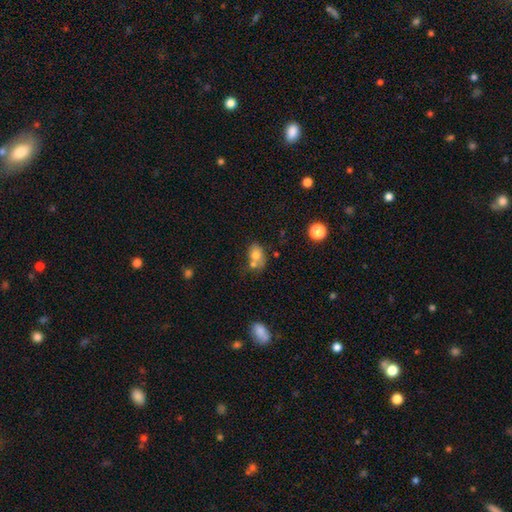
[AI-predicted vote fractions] A smooth galaxy with no disk features (72%) that is in between round and cigar-shaped (68%).

Vote fractions:
- Smooth or featured? smooth: 72% / featured or disk: 16% / star or artifact: 11%
- How rounded? in between: 68% / round: 31% / cigar-shaped: 1%
- Merging? none: 41% / merger: 38% / minor disturbance: 16% / major disturbance: 6%